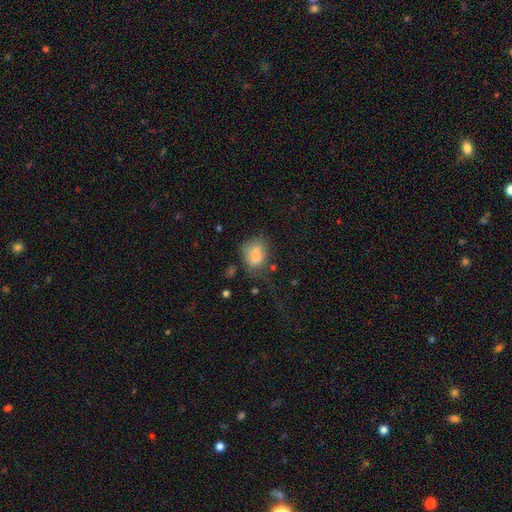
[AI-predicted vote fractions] The model was most divided on "merging": none: 40%, minor disturbance: 27%, major disturbance: 19%, merger: 14%. More confident: smooth or featured — smooth (72%); how rounded — in between (62%).